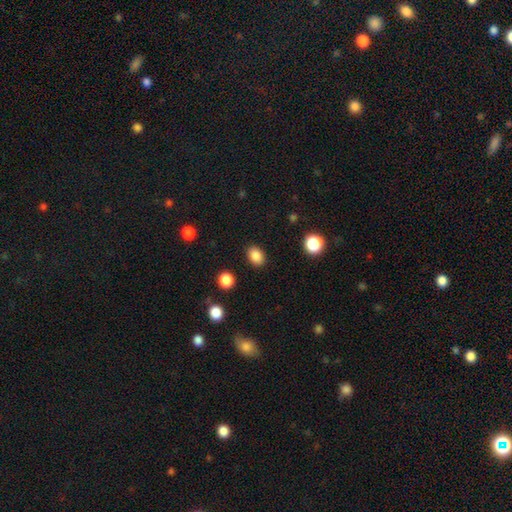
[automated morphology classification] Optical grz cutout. It shows a smooth galaxy with no disk features (86%) that is in between round and cigar-shaped (69%). Merging: none (89%).